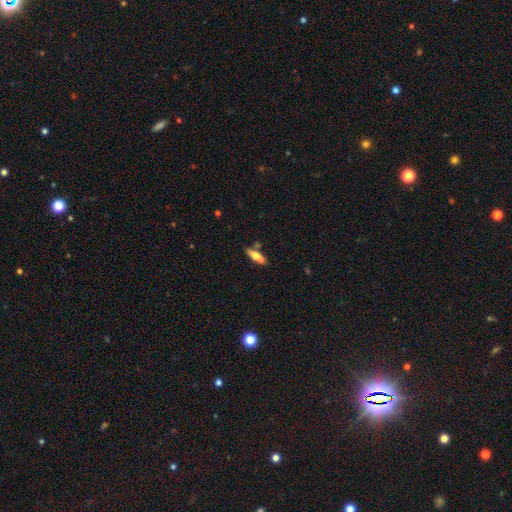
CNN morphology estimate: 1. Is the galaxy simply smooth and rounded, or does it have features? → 54% smooth, 40% featured or disk, 6% star or artifact.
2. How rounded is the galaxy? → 50% in between, 46% cigar-shaped, 3% round.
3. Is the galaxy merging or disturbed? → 64% none, 18% merger, 14% minor disturbance, 4% major disturbance.